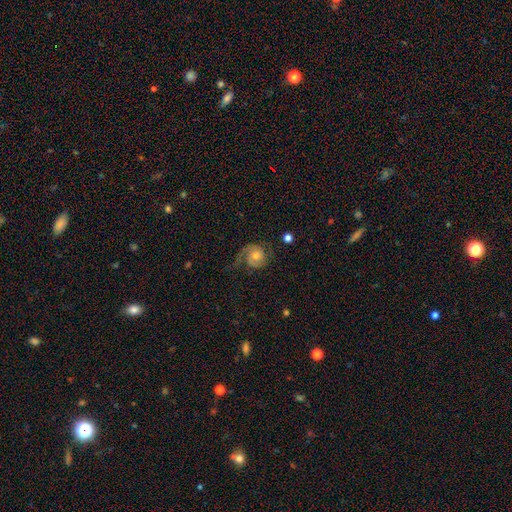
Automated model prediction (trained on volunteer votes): smooth-or-featured: featured or disk: 73% | smooth: 19% | star or artifact: 8%
  disk-edge-on: no: 97% | yes: 3%
    bar: no: 76% | weak: 21% | strong: 4%
    has-spiral-arms: yes: 94% | no: 6%
      spiral-winding: medium: 40% | tight: 33% | loose: 27%
      spiral-arm-count: 2: 53% | 1: 36% | can't tell: 6% | 3: 2% | 4: 1% | more than 4: 1%
    bulge-size: moderate: 58% | small: 31% | large: 7% | none: 2% | dominant: 2%
  merging: none: 57% | major disturbance: 22% | minor disturbance: 19% | merger: 2%